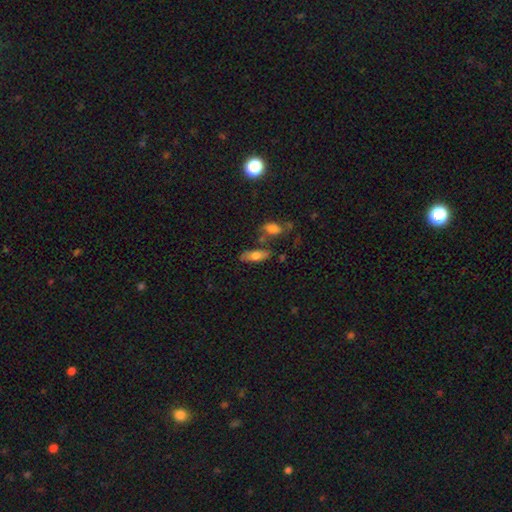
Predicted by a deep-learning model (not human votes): smooth-or-featured: smooth: 69% | featured or disk: 22% | star or artifact: 8%
  how-rounded: in between: 65% | cigar-shaped: 32% | round: 3%
  merging: none: 64% | minor disturbance: 17% | merger: 14% | major disturbance: 6%